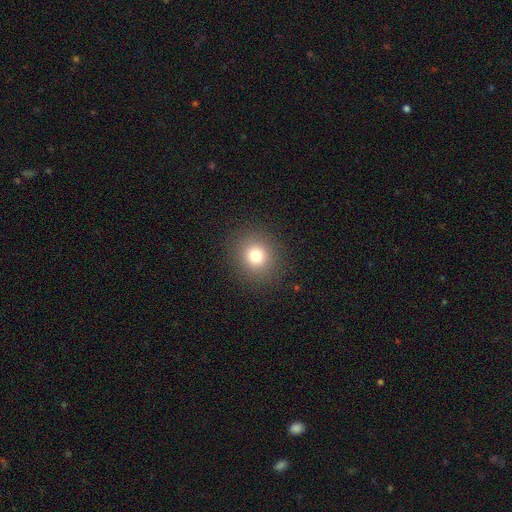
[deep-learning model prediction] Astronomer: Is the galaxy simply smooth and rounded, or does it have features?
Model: smooth — 77%.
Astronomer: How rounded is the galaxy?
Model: round — 85%.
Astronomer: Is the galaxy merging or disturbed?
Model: none — 90%.